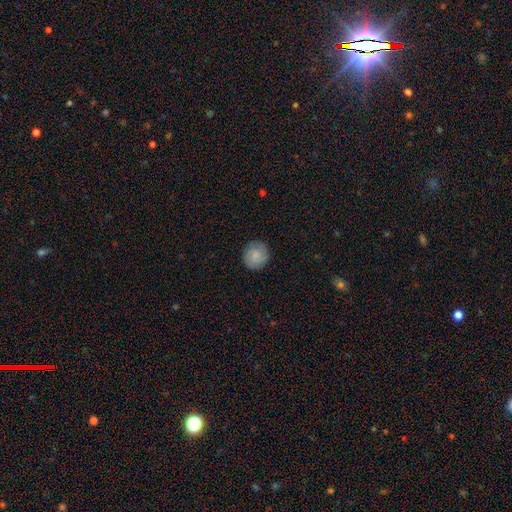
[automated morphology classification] Q: Smooth or featured?
A: smooth (84%); runner-up: featured or disk (9%)
Q: How rounded?
A: round (88%); runner-up: in between (11%)
Q: Merging?
A: none (89%); runner-up: minor disturbance (8%)